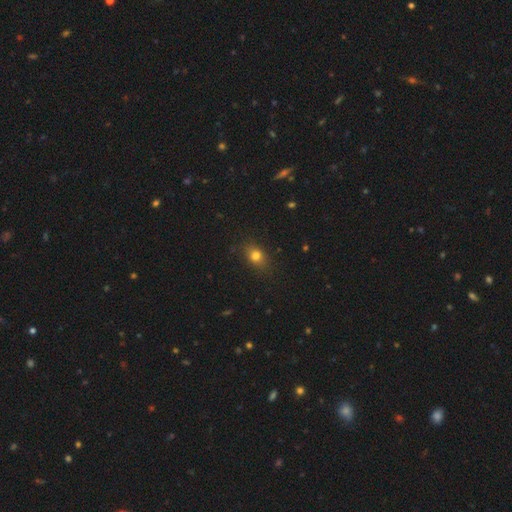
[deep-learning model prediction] smooth_or_featured: smooth (p=0.77) [alt: star or artifact p=0.14]
how_rounded: in between (p=0.57) [alt: round p=0.41]
merging: none (p=0.82) [alt: minor disturbance p=0.13]